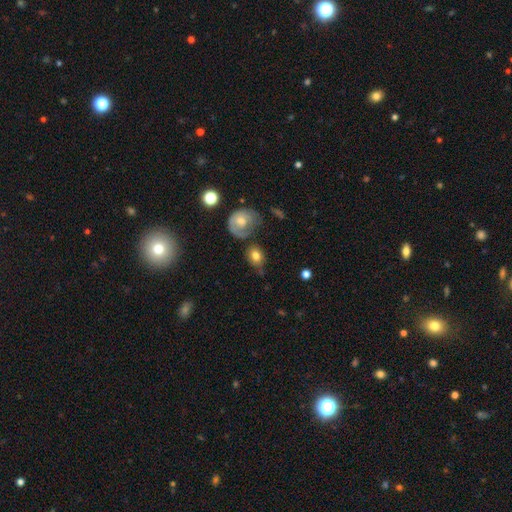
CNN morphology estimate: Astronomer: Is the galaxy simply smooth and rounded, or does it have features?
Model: smooth — 75%.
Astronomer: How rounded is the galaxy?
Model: in between — 52% (runner-up: round, 47%).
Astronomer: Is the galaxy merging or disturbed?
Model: none — 52%.